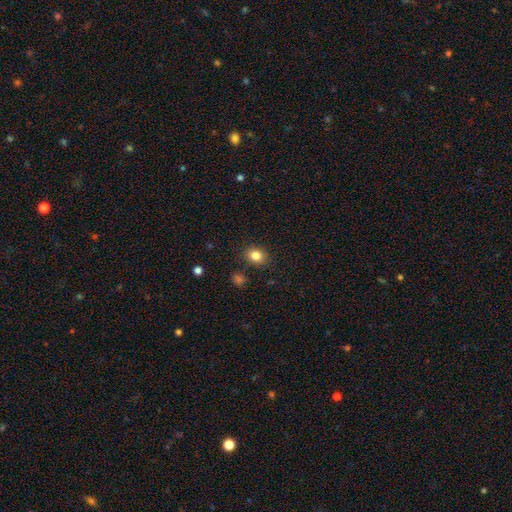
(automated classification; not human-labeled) The model was most divided on "how rounded": in between: 51%, round: 48%, cigar-shaped: 1%. More confident: merging — none (84%); smooth or featured — smooth (84%).